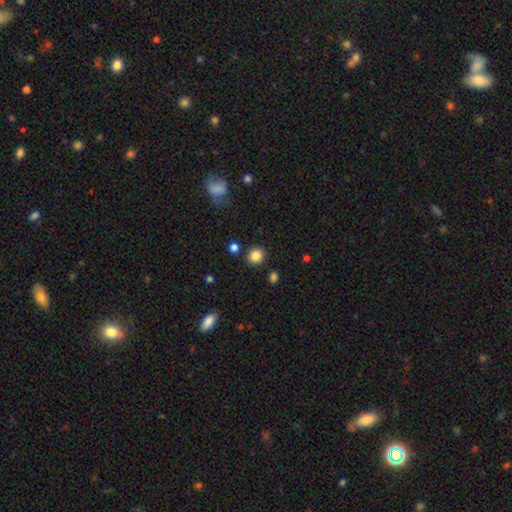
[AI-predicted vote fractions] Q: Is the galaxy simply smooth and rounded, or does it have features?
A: smooth — 85%.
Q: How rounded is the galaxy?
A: round — 91%.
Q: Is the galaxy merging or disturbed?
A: none — 89%.